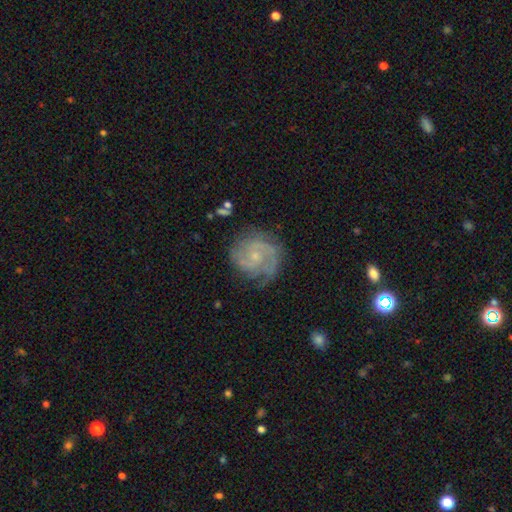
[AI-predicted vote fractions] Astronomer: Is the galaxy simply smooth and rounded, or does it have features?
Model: featured or disk — 82%.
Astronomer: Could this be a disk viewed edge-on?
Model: no — 98%.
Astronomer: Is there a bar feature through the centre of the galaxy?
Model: no — 68%.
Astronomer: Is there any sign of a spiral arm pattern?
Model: yes — 95%.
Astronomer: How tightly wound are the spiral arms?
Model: tight — 49% (runner-up: medium, 40%).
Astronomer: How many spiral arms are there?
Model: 2 — 53%.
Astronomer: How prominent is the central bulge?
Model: small — 72%.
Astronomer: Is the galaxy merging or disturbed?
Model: none — 70%.